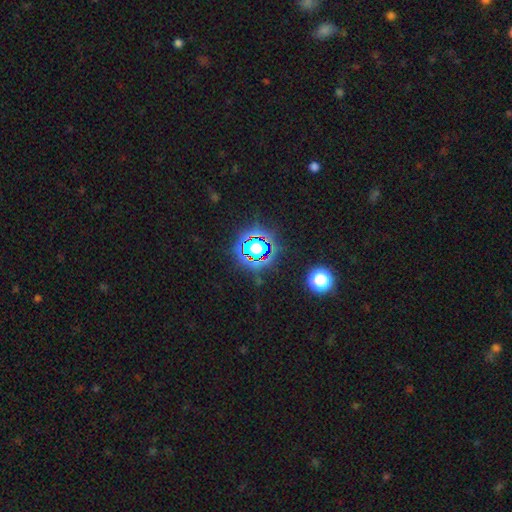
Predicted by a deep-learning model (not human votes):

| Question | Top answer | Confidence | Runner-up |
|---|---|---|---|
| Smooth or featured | star or artifact | 77% | smooth (14%) |